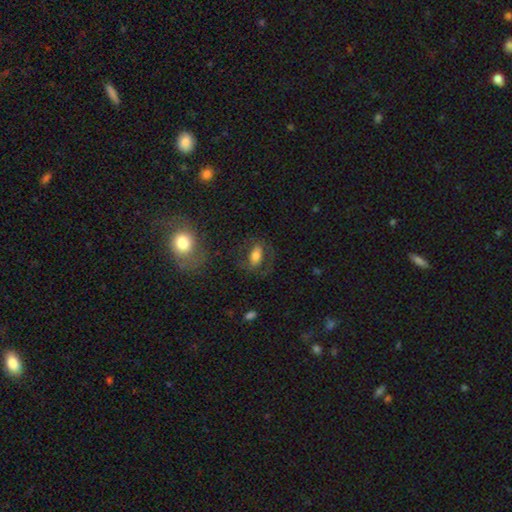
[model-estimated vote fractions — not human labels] Smooth or featured? Predicted: smooth (p=0.56). How rounded? Predicted: in between (p=0.85). Merging? Predicted: none (p=0.68).